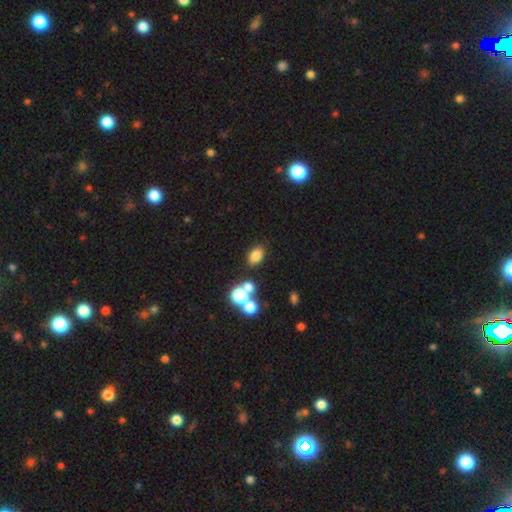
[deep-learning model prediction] This is likely a smooth galaxy (78%). How rounded: likely in between (77%). Merging: likely none (76%).